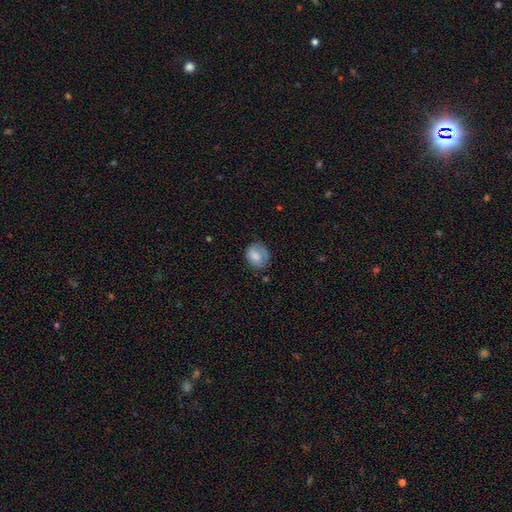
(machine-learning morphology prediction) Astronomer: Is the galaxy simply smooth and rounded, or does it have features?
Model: smooth — 77%.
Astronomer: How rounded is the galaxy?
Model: round — 58% (runner-up: in between, 41%).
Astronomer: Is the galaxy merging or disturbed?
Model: none — 61%.